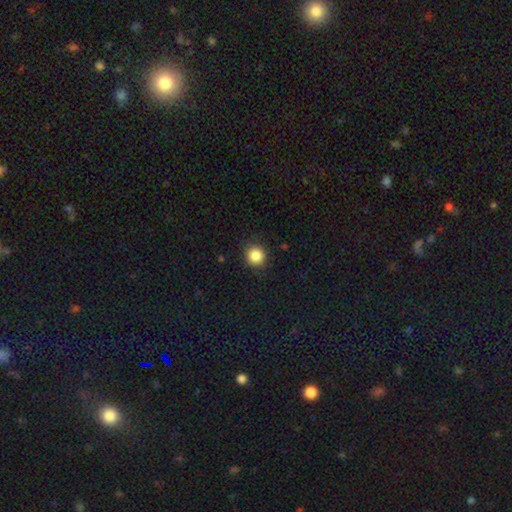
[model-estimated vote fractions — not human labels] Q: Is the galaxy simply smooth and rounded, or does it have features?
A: smooth — 86%.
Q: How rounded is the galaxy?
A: round — 92%.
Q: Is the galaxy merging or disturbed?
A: none — 90%.